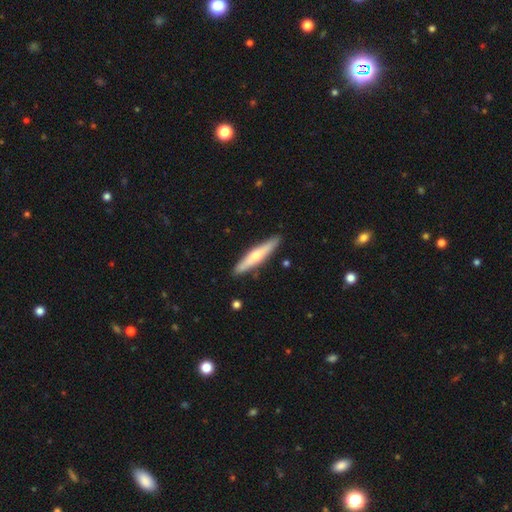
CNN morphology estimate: Smooth or featured: smooth — 49% (featured or disk — 46%)
Merging: none — 89% (minor disturbance — 8%)